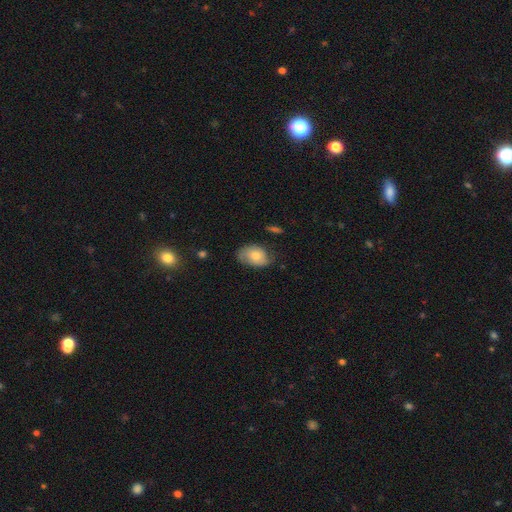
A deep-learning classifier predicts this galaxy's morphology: A smooth galaxy with no disk features (61%) that is in between round and cigar-shaped (86%).

Vote fractions:
- Smooth or featured? smooth: 61% / featured or disk: 33% / star or artifact: 7%
- How rounded? in between: 86% / round: 13% / cigar-shaped: 1%
- Merging? none: 60% / minor disturbance: 30% / major disturbance: 8% / merger: 2%